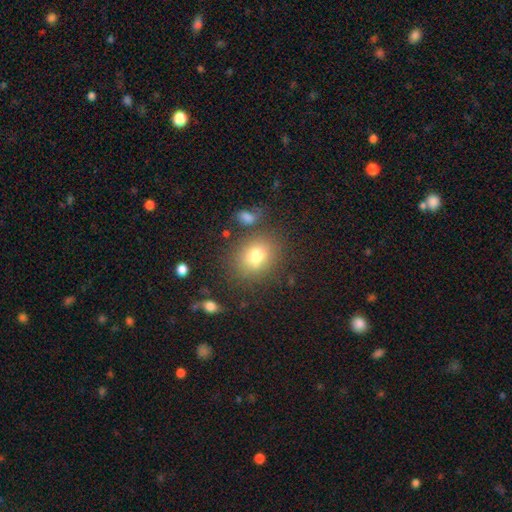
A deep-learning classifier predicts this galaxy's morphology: This is likely a smooth galaxy (76%). How rounded: likely round (61%). Merging: likely none (75%).